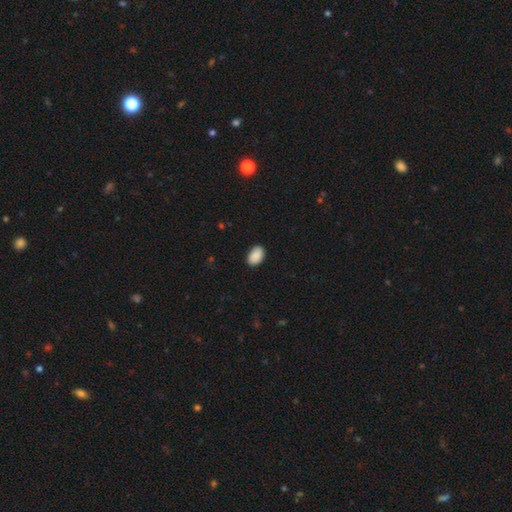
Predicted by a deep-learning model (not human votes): smooth-or-featured: smooth: 91% | star or artifact: 7% | featured or disk: 3%
  how-rounded: in between: 90% | round: 9% | cigar-shaped: 1%
  merging: none: 87% | minor disturbance: 10% | major disturbance: 2% | merger: 1%